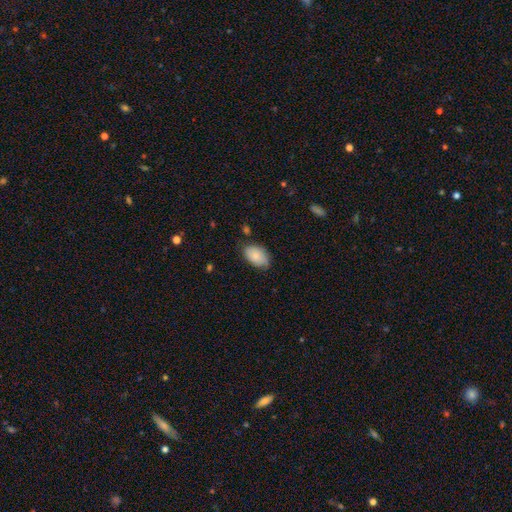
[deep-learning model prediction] Smooth or featured? Predicted: smooth (p=0.80). How rounded? Predicted: in between (p=0.91). Merging? Predicted: none (p=0.69).